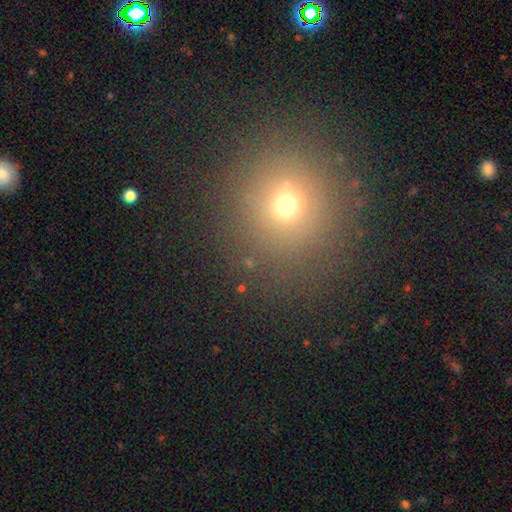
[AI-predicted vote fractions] Q: Smooth or featured?
A: smooth (64%); runner-up: star or artifact (27%)
Q: How rounded?
A: round (91%); runner-up: in between (8%)
Q: Merging?
A: none (88%); runner-up: minor disturbance (7%)